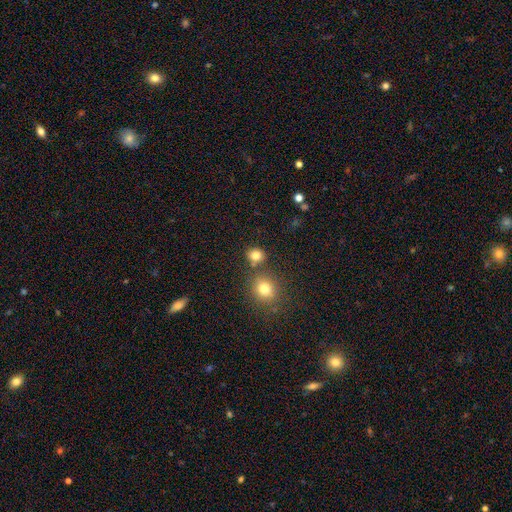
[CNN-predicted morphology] type=smooth (81%); roundness=round (78%); merging=none (72%).